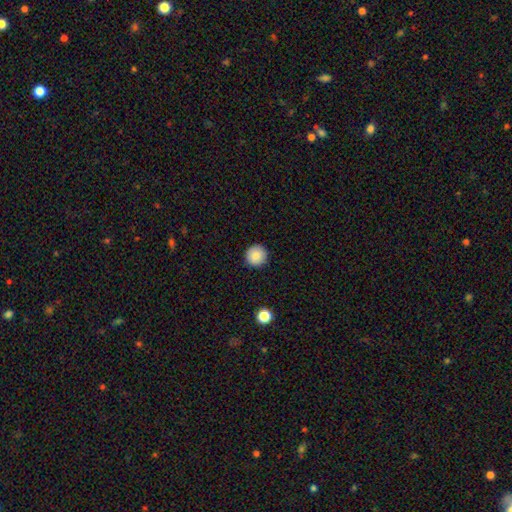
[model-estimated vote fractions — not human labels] Smooth or featured?
  - smooth: 86% *
  - star or artifact: 9%
  - featured or disk: 6%
How rounded?
  - round: 96% *
  - in between: 3%
  - cigar-shaped: 1%
Merging?
  - none: 92% *
  - minor disturbance: 5%
  - major disturbance: 2%
  - merger: 1%